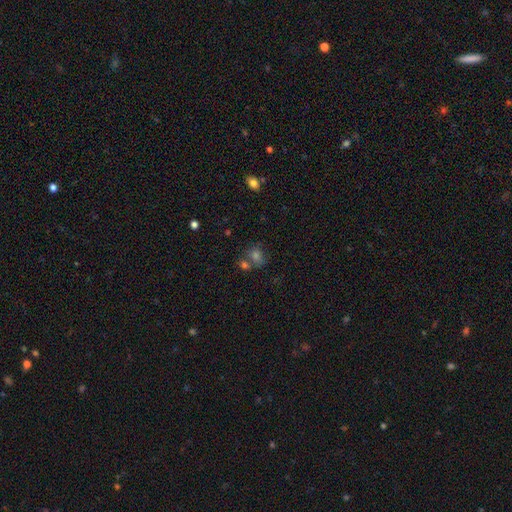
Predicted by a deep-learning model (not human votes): This is possibly a smooth galaxy (57%). How rounded: likely round (70%). Merging: possibly none (58%).